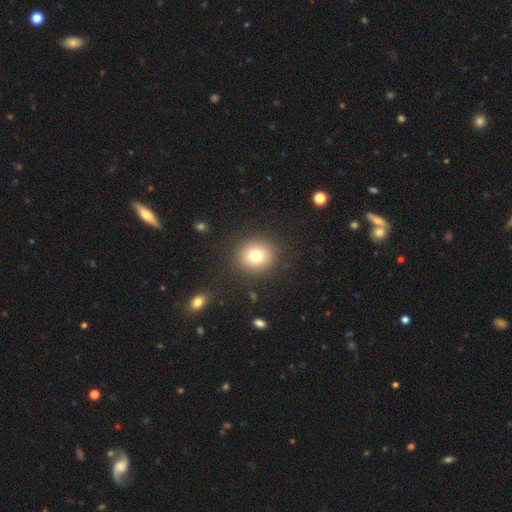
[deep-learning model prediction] Morphology: type=smooth (77%); roundness=round (87%); merging=none (89%).